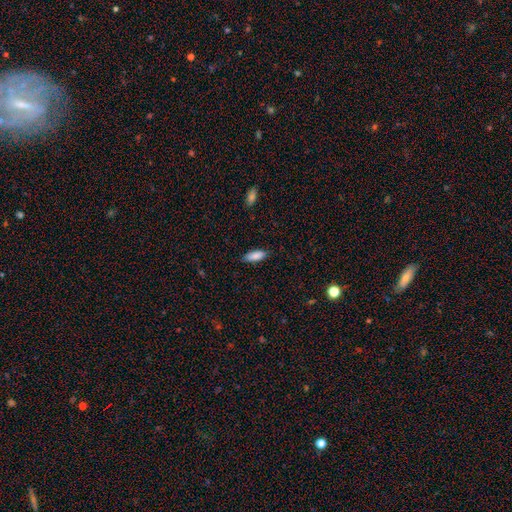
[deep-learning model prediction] smooth-or-featured: smooth: 88% | star or artifact: 6% | featured or disk: 6%
  how-rounded: in between: 73% | cigar-shaped: 26% | round: 2%
  merging: none: 86% | minor disturbance: 11% | major disturbance: 2% | merger: 1%